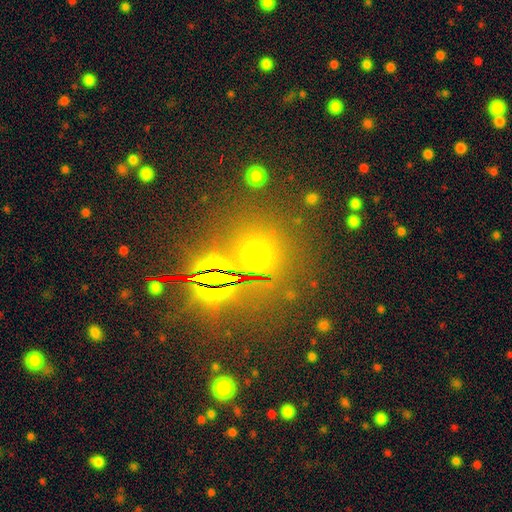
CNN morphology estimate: This is possibly a smooth galaxy (53%). How rounded: clearly round (86%). Merging: clearly none (80%).